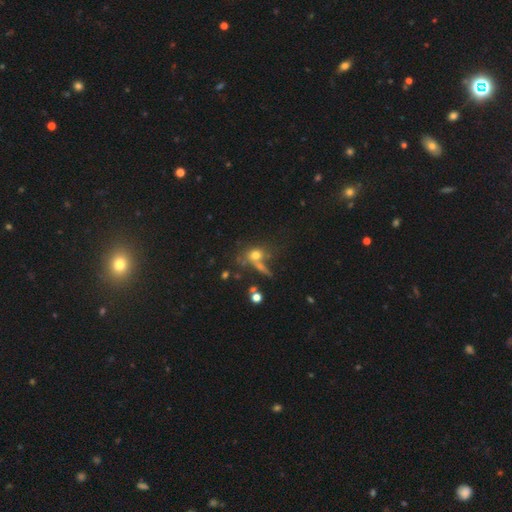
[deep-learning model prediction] Smooth or featured?
  - smooth: 65% *
  - featured or disk: 18%
  - star or artifact: 17%
How rounded?
  - round: 60% *
  - in between: 36%
  - cigar-shaped: 4%
Merging?
  - none: 44% *
  - merger: 26%
  - minor disturbance: 15%
  - major disturbance: 15%